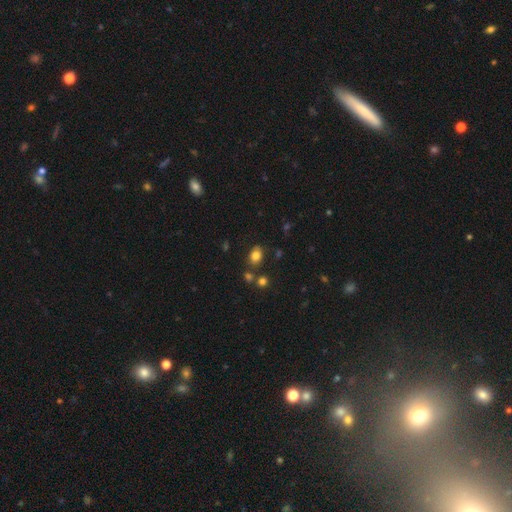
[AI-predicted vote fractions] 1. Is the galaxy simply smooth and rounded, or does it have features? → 81% smooth, 12% star or artifact, 7% featured or disk.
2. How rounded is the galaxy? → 72% in between, 27% round, 1% cigar-shaped.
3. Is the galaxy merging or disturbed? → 76% none, 12% minor disturbance, 8% merger, 4% major disturbance.